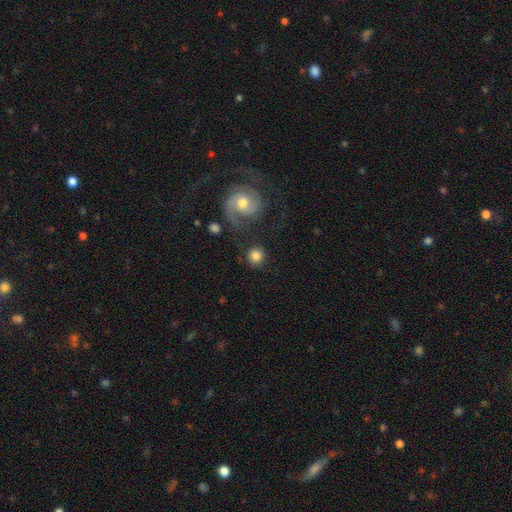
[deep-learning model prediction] smooth_or_featured: smooth (p=0.78) [alt: featured or disk p=0.14]
how_rounded: round (p=0.91) [alt: in between p=0.08]
merging: none (p=0.80) [alt: minor disturbance p=0.09]